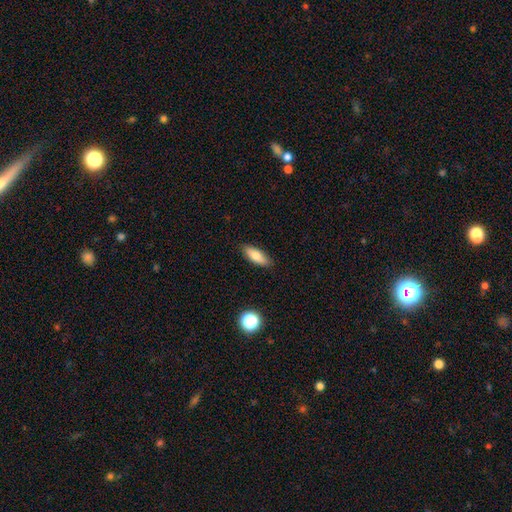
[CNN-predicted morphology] This is likely a smooth galaxy (78%). How rounded: likely in between (66%). Merging: clearly none (87%).